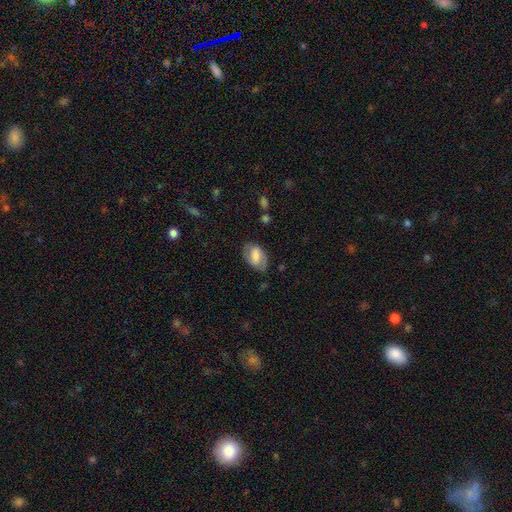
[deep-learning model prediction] Smooth or featured: smooth — 50% (featured or disk — 43%)
How rounded: in between — 89% (round — 9%)
Merging: none — 69% (minor disturbance — 22%)